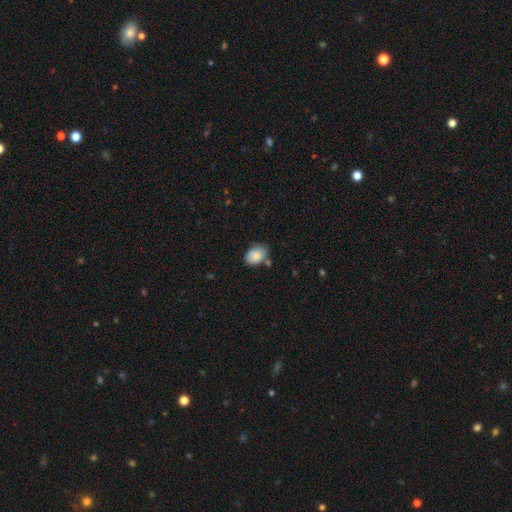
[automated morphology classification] Overall: smooth (84%). How rounded: in between (79%). Merging: none (65%).